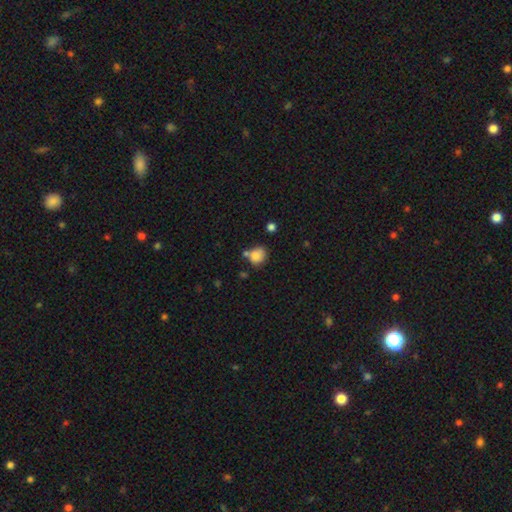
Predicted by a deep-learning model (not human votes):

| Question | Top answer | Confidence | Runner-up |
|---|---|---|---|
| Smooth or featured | smooth | 82% | star or artifact (10%) |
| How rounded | round | 63% | in between (36%) |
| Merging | none | 50% | minor disturbance (21%) |